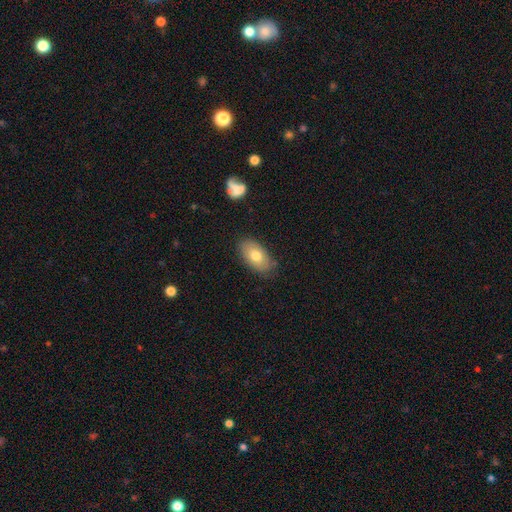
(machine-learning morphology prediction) Smooth or featured?
  - smooth: 74% *
  - featured or disk: 19%
  - star or artifact: 7%
How rounded?
  - in between: 93% *
  - round: 5%
  - cigar-shaped: 2%
Merging?
  - none: 80% *
  - minor disturbance: 16%
  - major disturbance: 3%
  - merger: 2%